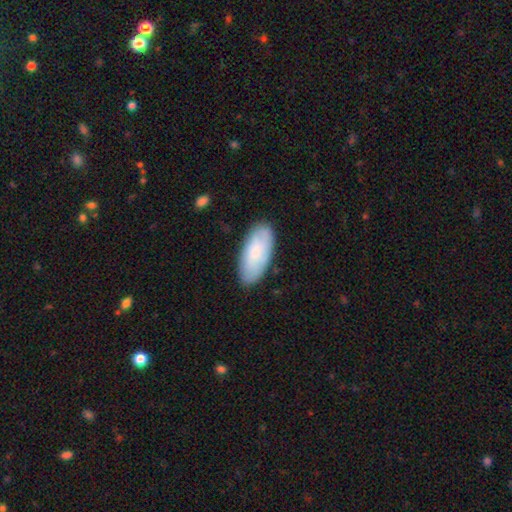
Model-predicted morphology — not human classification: Smooth or featured: smooth — 73% (featured or disk — 21%)
How rounded: in between — 91% (cigar-shaped — 7%)
Merging: none — 81% (minor disturbance — 14%)